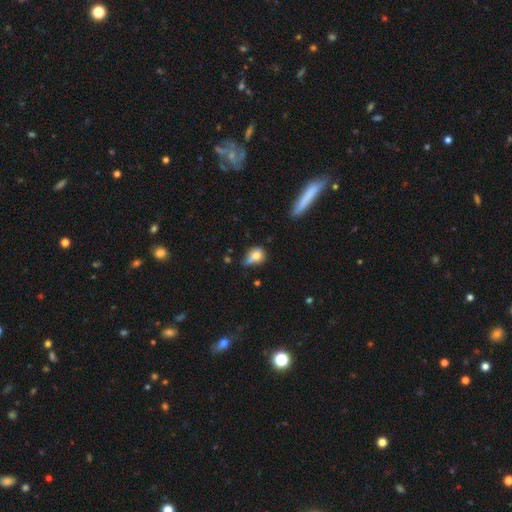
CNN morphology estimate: Overall: smooth (75%). How rounded: in between (62%; round 35%). Merging: minor disturbance (39%; none 36%).